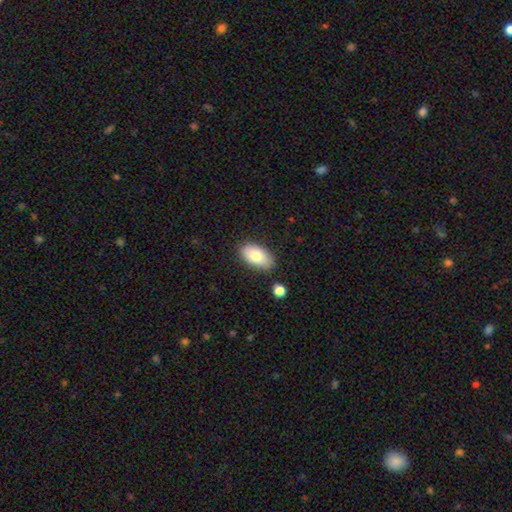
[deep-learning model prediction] smooth-or-featured: smooth: 81% | featured or disk: 13% | star or artifact: 7%
  how-rounded: in between: 94% | round: 3% | cigar-shaped: 2%
  merging: none: 83% | minor disturbance: 12% | merger: 3% | major disturbance: 3%